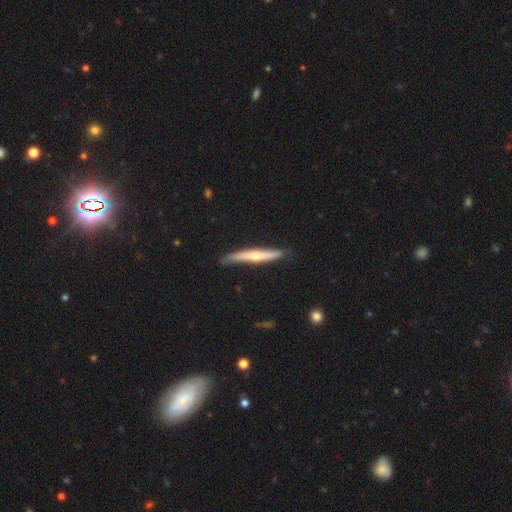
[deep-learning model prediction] featured or disk 53%, smooth 42%, star or artifact 5%. Down the decision tree: edge-on disk — yes (94%); merging — none (81%).